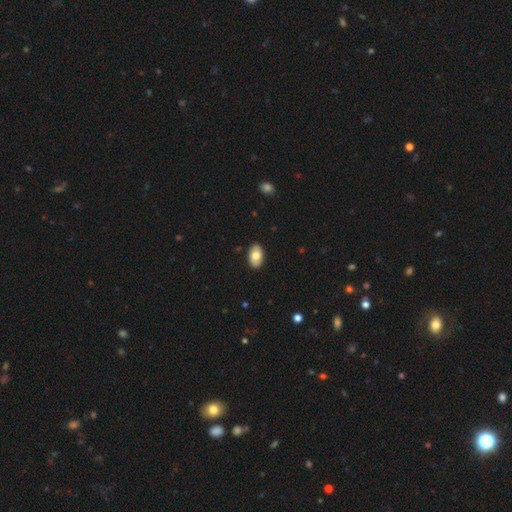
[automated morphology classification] A smooth galaxy with no disk features (74%) that is in between round and cigar-shaped (93%).

Vote fractions:
- Smooth or featured? smooth: 74% / featured or disk: 20% / star or artifact: 6%
- How rounded? in between: 93% / round: 6% / cigar-shaped: 1%
- Merging? none: 88% / minor disturbance: 9% / major disturbance: 2% / merger: 1%